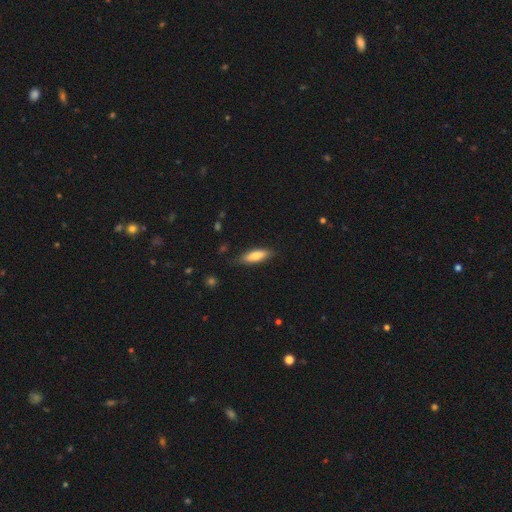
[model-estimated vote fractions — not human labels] This appears to be a smooth galaxy with no disk features (78%) that is in between round and cigar-shaped (50%). Merging: none (82%).